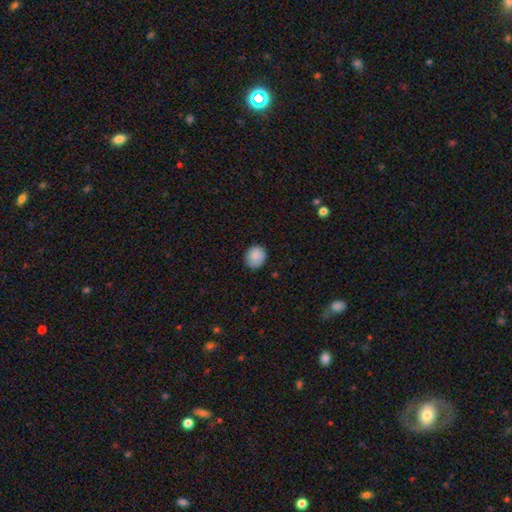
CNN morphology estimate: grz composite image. It shows a smooth galaxy with no disk features (87%) that is round (78%). Merging: none (83%).